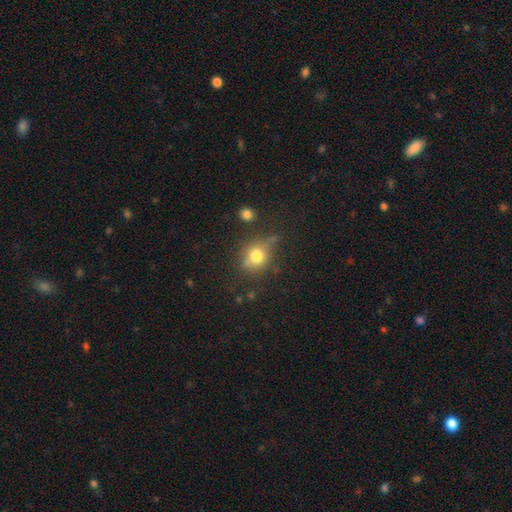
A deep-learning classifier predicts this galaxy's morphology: Overall: smooth (73%). How rounded: round (67%; in between 31%). Merging: none (67%).